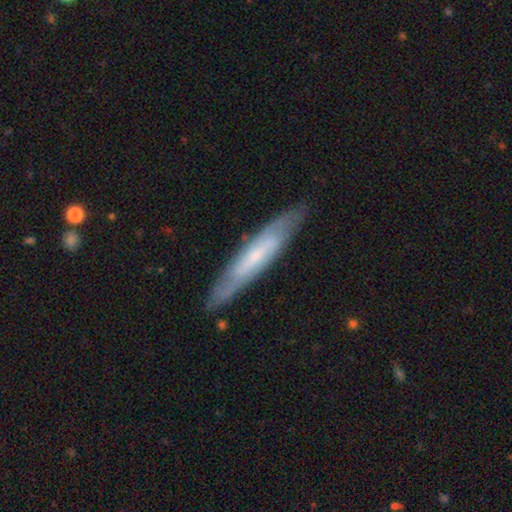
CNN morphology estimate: type=featured or disk (59%); edge-on=yes (60%); merging=none (85%).